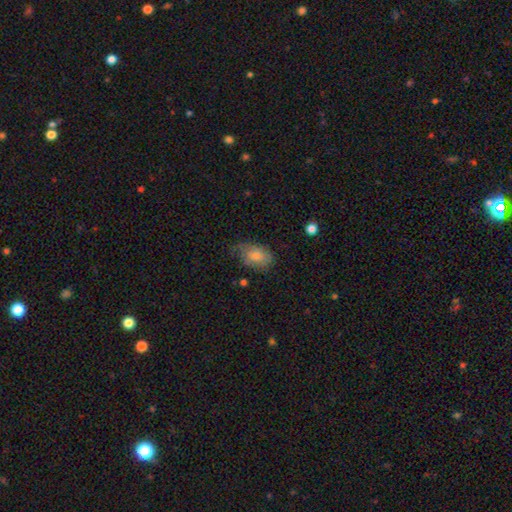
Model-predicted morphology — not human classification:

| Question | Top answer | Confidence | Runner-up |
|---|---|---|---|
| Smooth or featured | smooth | 69% | featured or disk (23%) |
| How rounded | in between | 86% | round (12%) |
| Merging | none | 57% | minor disturbance (32%) |